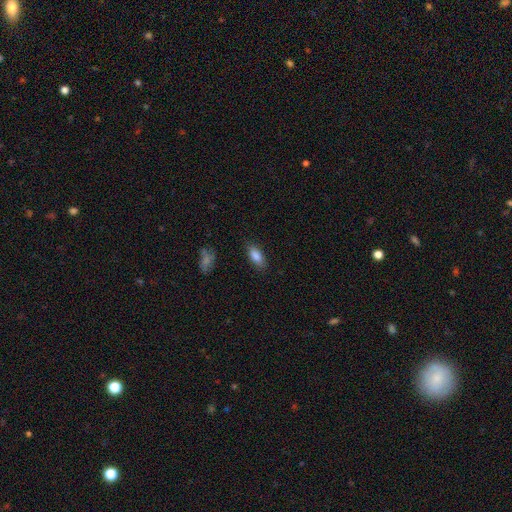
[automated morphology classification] Smooth or featured?
  - smooth: 85% *
  - star or artifact: 7%
  - featured or disk: 7%
How rounded?
  - in between: 87% *
  - cigar-shaped: 11%
  - round: 3%
Merging?
  - none: 83% *
  - minor disturbance: 12%
  - major disturbance: 3%
  - merger: 2%